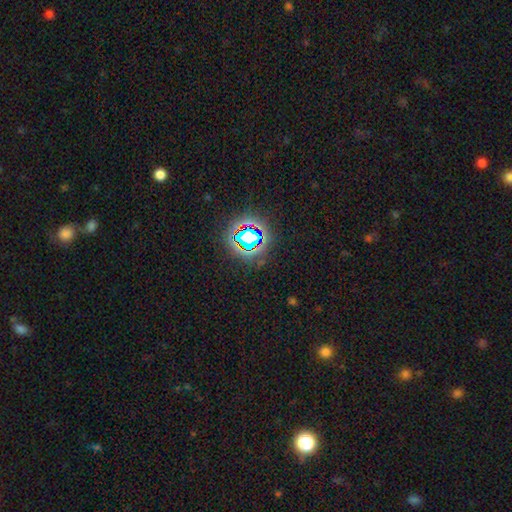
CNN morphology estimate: Overall: star or artifact (78%).